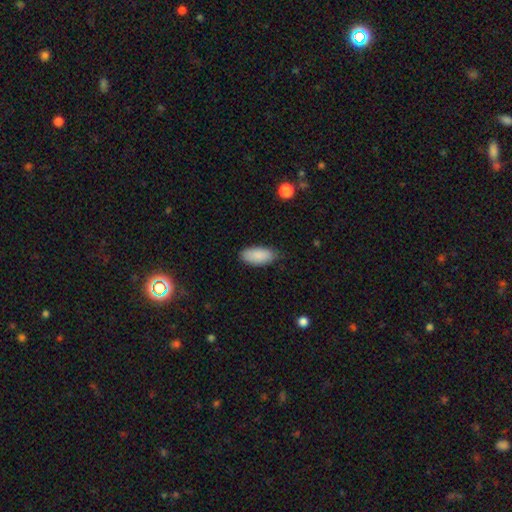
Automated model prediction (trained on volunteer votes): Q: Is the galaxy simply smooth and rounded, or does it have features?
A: smooth — 88%.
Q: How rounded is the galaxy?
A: in between — 91%.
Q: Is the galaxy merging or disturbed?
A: none — 78%.